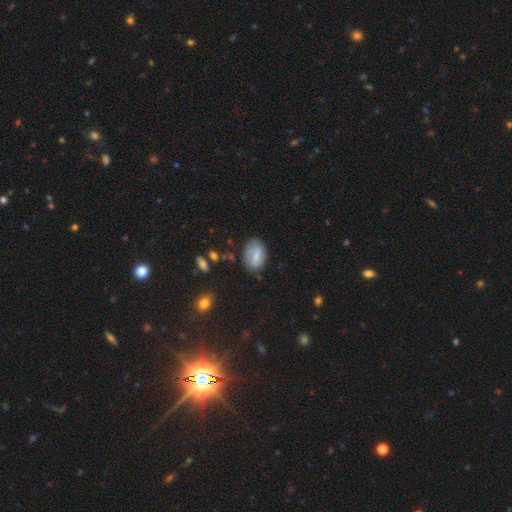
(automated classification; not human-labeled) Smooth or featured? Predicted: smooth (p=0.59). How rounded? Predicted: in between (p=0.86). Merging? Predicted: none (p=0.64).